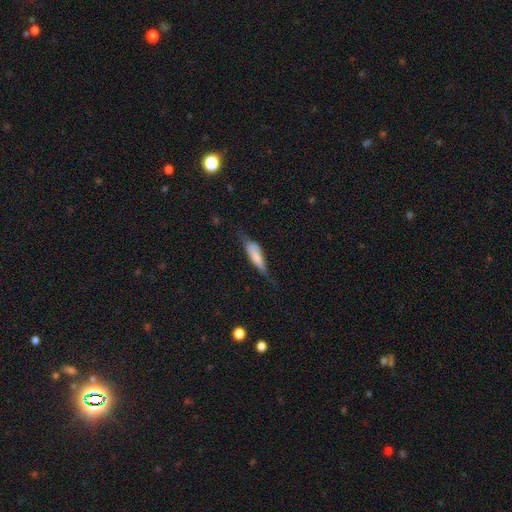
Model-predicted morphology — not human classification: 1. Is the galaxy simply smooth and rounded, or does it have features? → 63% smooth, 30% featured or disk, 7% star or artifact.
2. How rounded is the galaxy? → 57% cigar-shaped, 41% in between, 2% round.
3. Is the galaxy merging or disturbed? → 45% none, 35% minor disturbance, 17% major disturbance, 3% merger.